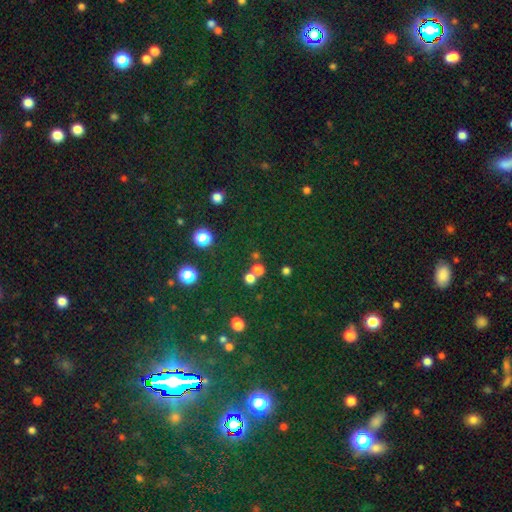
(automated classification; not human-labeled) smooth-or-featured: star or artifact: 55% | smooth: 35% | featured or disk: 10%